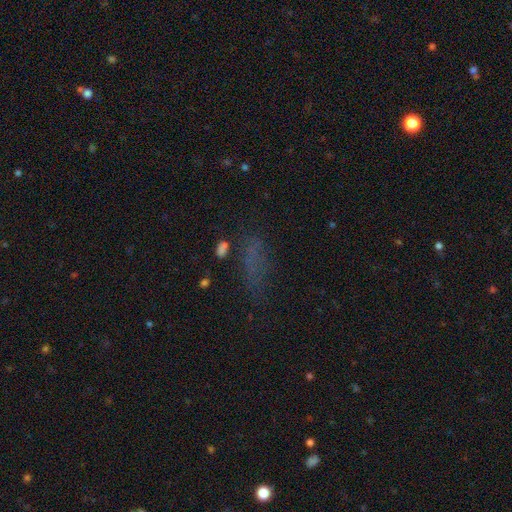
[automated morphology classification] Q: Smooth or featured?
A: smooth (54%); runner-up: star or artifact (30%)
Q: How rounded?
A: in between (55%); runner-up: cigar-shaped (37%)
Q: Merging?
A: none (60%); runner-up: minor disturbance (20%)